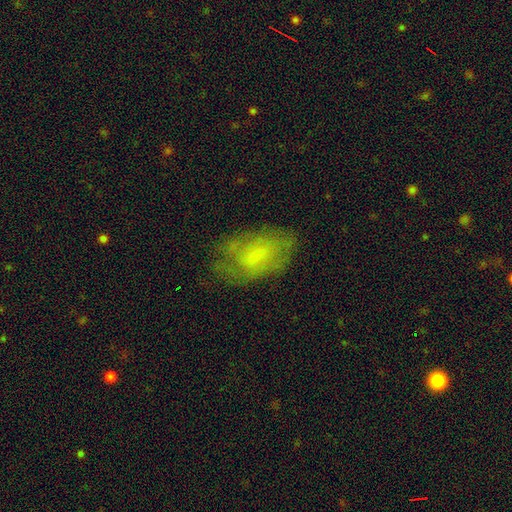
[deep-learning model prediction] A smooth galaxy with no disk features (52%) that is in between round and cigar-shaped (89%).

Vote fractions:
- Smooth or featured? smooth: 52% / featured or disk: 39% / star or artifact: 9%
- How rounded? in between: 89% / round: 6% / cigar-shaped: 5%
- Merging? none: 63% / minor disturbance: 24% / major disturbance: 12% / merger: 2%